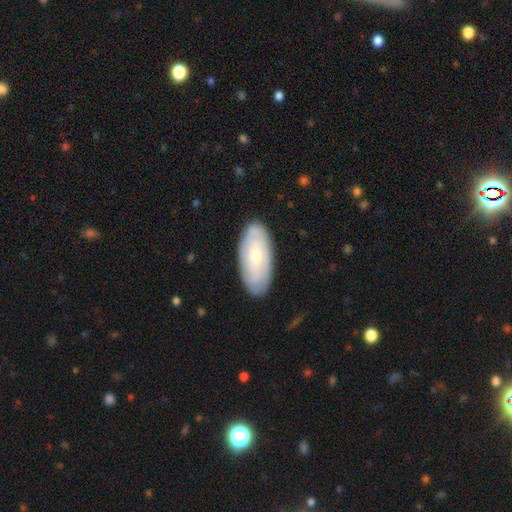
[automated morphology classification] Smooth or featured? smooth (51%)
How rounded? in between (89%)
Merging? none (85%)